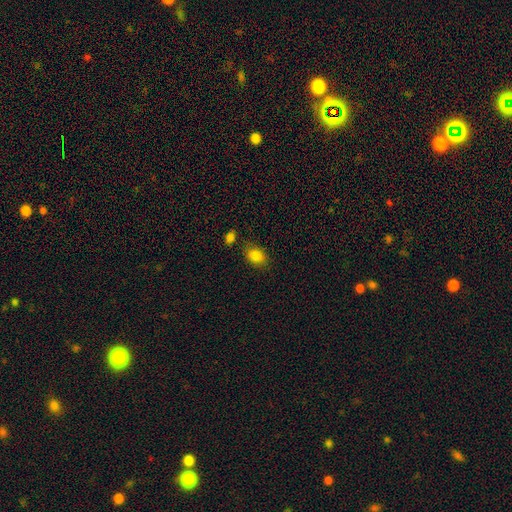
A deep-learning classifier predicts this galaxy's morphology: This is clearly a smooth galaxy (85%). How rounded: likely in between (78%). Merging: likely none (78%).